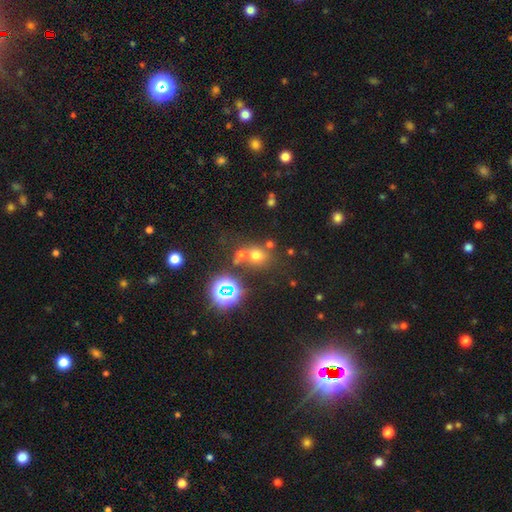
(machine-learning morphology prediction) This appears to be a smooth galaxy with no disk features (60%) that is round (71%). Merging: none (60%).